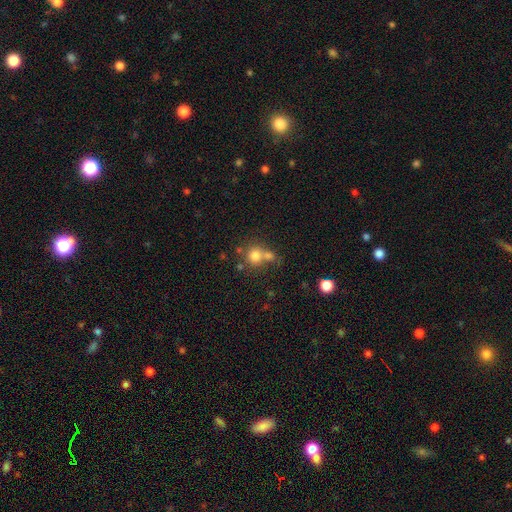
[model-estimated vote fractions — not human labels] This is likely a smooth galaxy (76%). How rounded: clearly round (85%). Merging: marginally merger (44%).